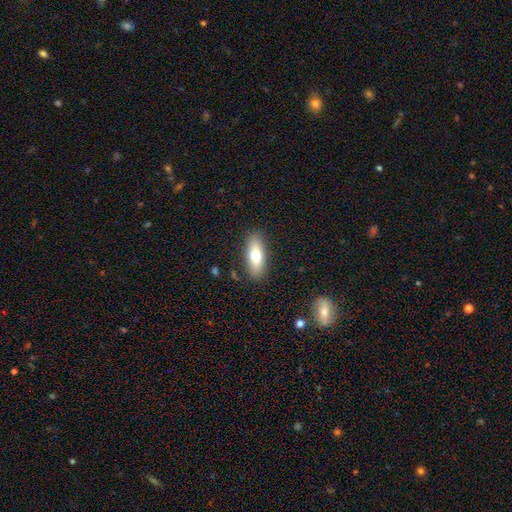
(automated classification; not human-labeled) Smooth or featured?
  - smooth: 68% *
  - featured or disk: 25%
  - star or artifact: 7%
How rounded?
  - in between: 67% *
  - cigar-shaped: 30%
  - round: 3%
Merging?
  - none: 87% *
  - minor disturbance: 10%
  - major disturbance: 3%
  - merger: 1%